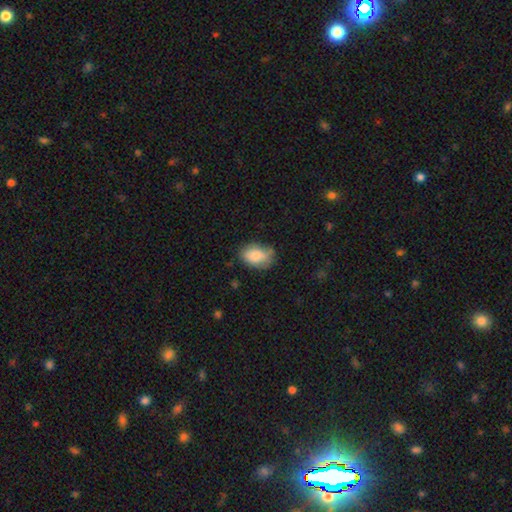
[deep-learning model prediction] Overall: smooth (82%). How rounded: in between (86%). Merging: none (64%; minor disturbance 27%).